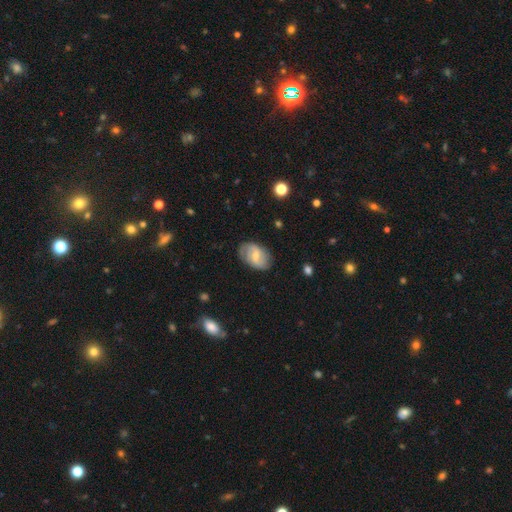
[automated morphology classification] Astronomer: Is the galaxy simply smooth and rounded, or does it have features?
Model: featured or disk — 64%.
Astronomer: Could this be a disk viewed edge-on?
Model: no — 97%.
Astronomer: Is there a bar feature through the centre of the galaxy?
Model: weak — 58%.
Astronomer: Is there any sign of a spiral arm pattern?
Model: yes — 86%.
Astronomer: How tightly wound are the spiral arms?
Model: medium — 43% (runner-up: loose, 31%).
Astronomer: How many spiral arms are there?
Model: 2 — 76%.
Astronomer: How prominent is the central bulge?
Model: small — 50% (runner-up: moderate, 41%).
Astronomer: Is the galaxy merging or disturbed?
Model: none — 75%.